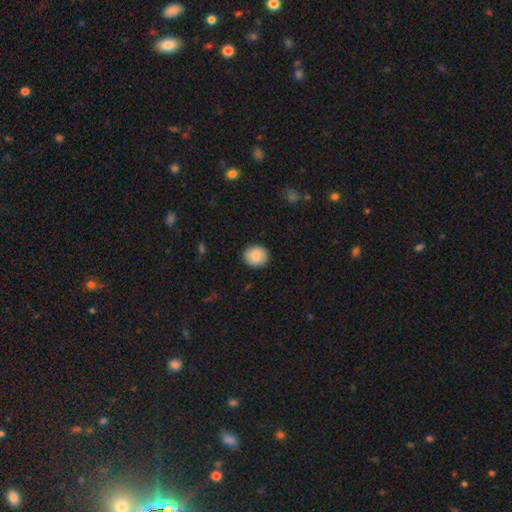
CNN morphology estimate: smooth 86%, star or artifact 7%, featured or disk 7%. Down the decision tree: how rounded — round (85%); merging — none (90%).